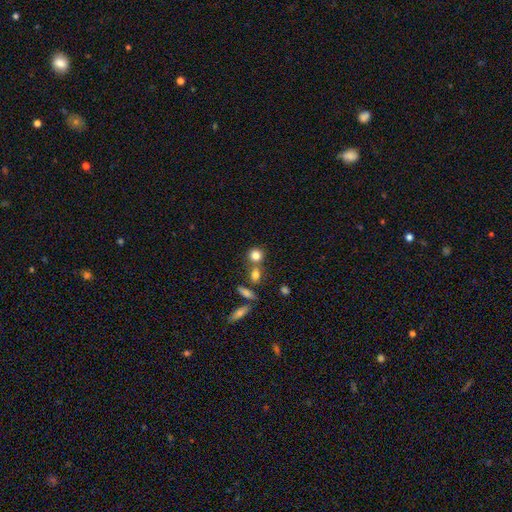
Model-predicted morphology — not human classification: Smooth or featured? Predicted: smooth (p=0.80). How rounded? Predicted: round (p=0.82). Merging? Predicted: none (p=0.55).